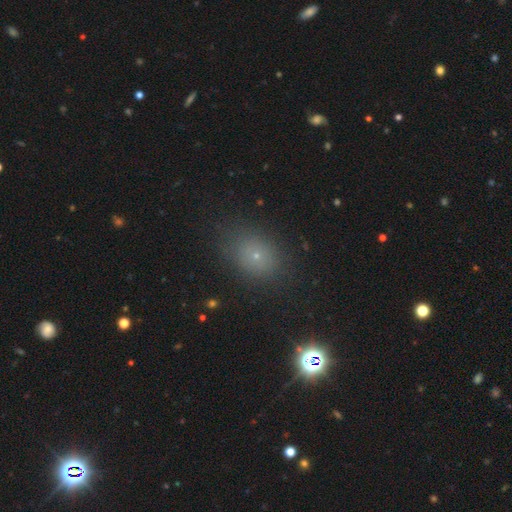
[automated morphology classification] smooth-or-featured: smooth: 64% | star or artifact: 23% | featured or disk: 12%
  how-rounded: in between: 56% | round: 43% | cigar-shaped: 1%
  merging: none: 81% | minor disturbance: 12% | major disturbance: 5% | merger: 2%